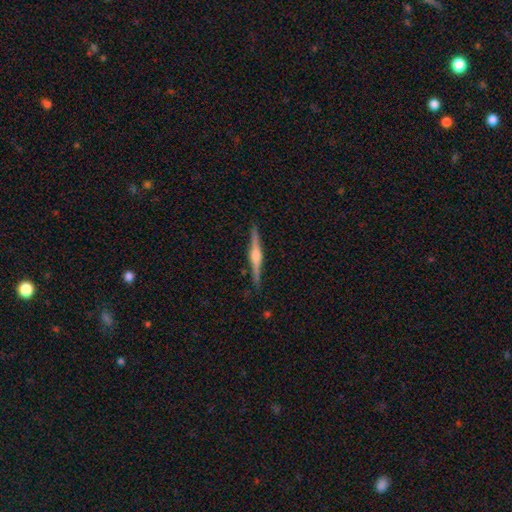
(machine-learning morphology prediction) smooth-or-featured: featured or disk: 81% | smooth: 13% | star or artifact: 5%
  disk-edge-on: yes: 99% | no: 1%
    edge-on-bulge: rounded: 85% | boxy: 11% | none: 4%
  merging: none: 91% | minor disturbance: 7% | major disturbance: 1% | merger: 1%